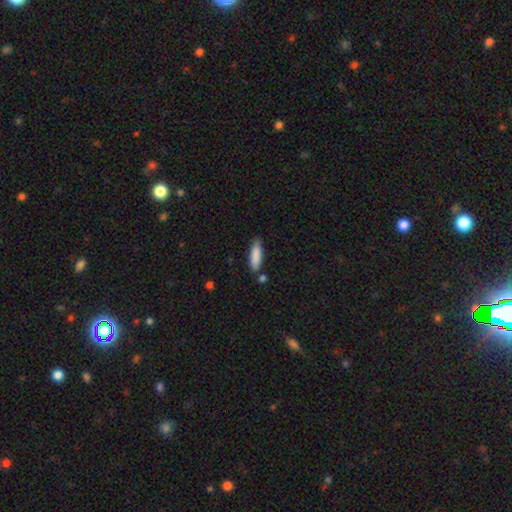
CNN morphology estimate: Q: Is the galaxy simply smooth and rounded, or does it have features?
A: smooth — 86%.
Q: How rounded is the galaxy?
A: cigar-shaped — 62%.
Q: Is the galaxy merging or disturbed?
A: none — 76%.